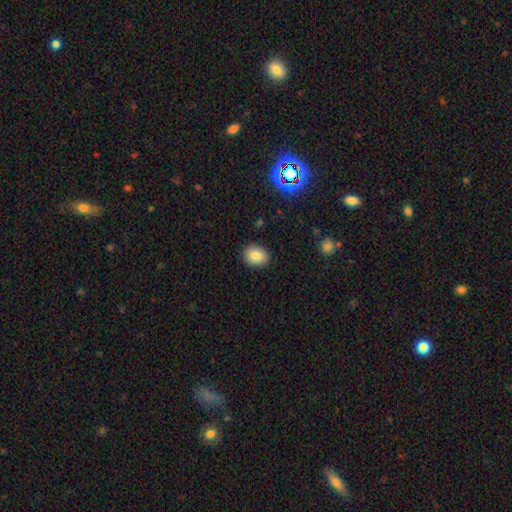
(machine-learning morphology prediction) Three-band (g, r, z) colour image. It shows a smooth galaxy with no disk features (83%) that is round (56%). Merging: none (89%).